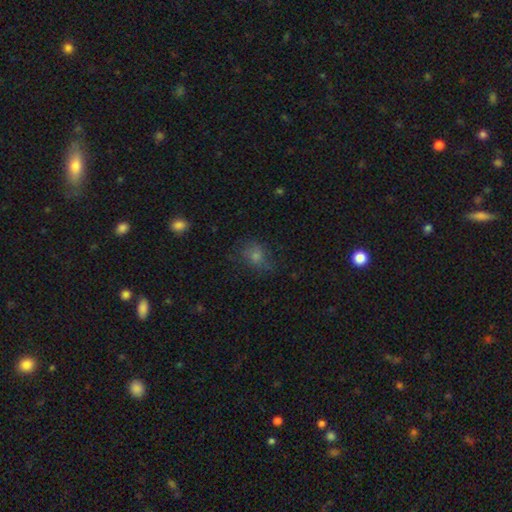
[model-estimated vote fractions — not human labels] This appears to be a smooth galaxy with no disk features (62%) that is round (56%). Merging: none (66%).